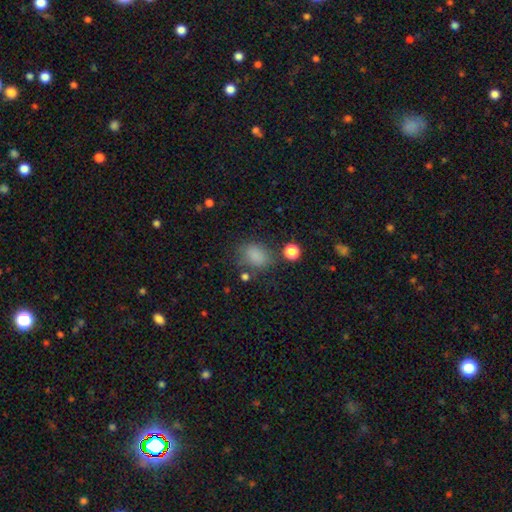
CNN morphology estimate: A smooth galaxy with no disk features (81%) that is in between round and cigar-shaped (66%).

Vote fractions:
- Smooth or featured? smooth: 81% / star or artifact: 13% / featured or disk: 6%
- How rounded? in between: 66% / round: 33% / cigar-shaped: 1%
- Merging? none: 67% / minor disturbance: 19% / major disturbance: 8% / merger: 6%